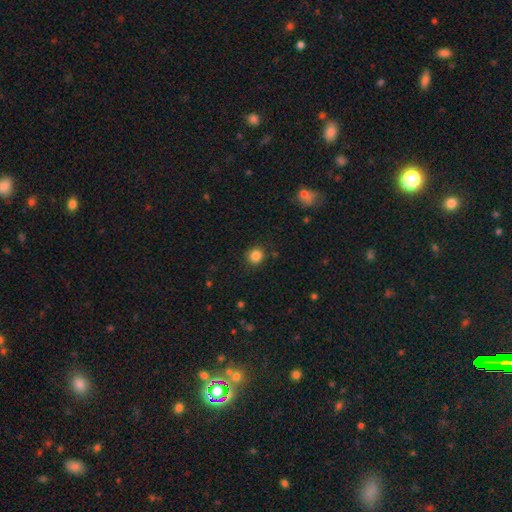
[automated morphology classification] This is clearly a smooth galaxy (85%). How rounded: clearly round (89%). Merging: clearly none (89%).